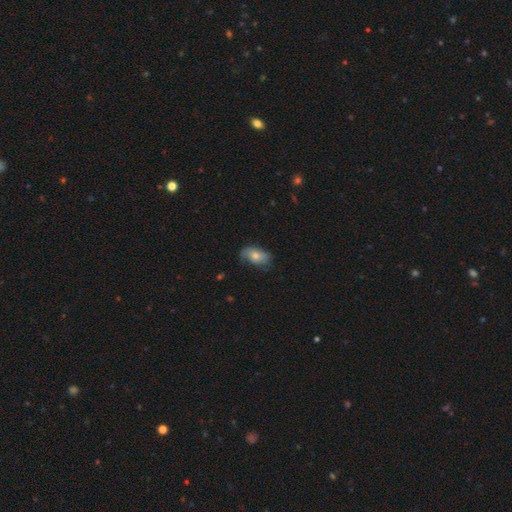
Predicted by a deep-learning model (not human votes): smooth-or-featured: smooth: 62% | featured or disk: 31% | star or artifact: 8%
  how-rounded: in between: 89% | round: 8% | cigar-shaped: 3%
  merging: none: 59% | minor disturbance: 30% | major disturbance: 10% | merger: 1%